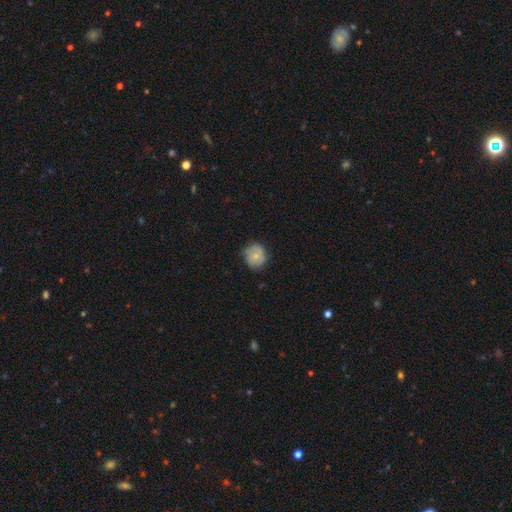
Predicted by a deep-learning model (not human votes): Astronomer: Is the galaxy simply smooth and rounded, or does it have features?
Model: smooth — 60%.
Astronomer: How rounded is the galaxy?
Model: round — 77%.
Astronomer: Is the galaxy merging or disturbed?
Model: none — 67%.